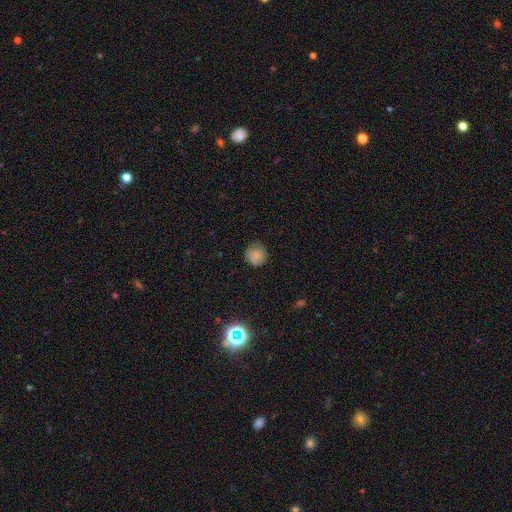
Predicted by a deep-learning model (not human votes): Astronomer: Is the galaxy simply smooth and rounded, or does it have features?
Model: smooth — 80%.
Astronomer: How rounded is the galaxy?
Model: round — 90%.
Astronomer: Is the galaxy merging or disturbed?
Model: none — 76%.